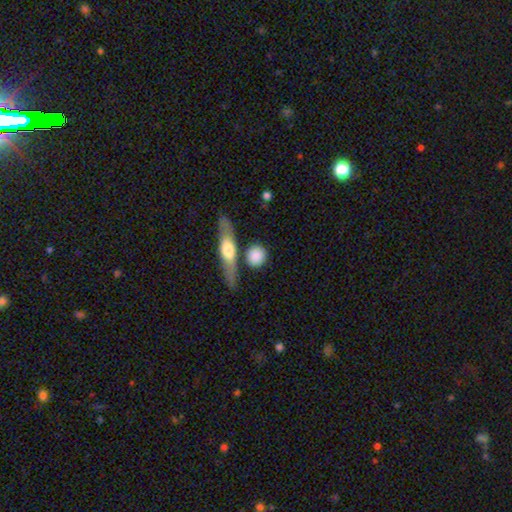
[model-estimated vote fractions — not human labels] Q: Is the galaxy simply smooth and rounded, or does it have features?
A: smooth — 78%.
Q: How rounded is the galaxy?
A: round — 72%.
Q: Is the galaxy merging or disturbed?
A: none — 71%.